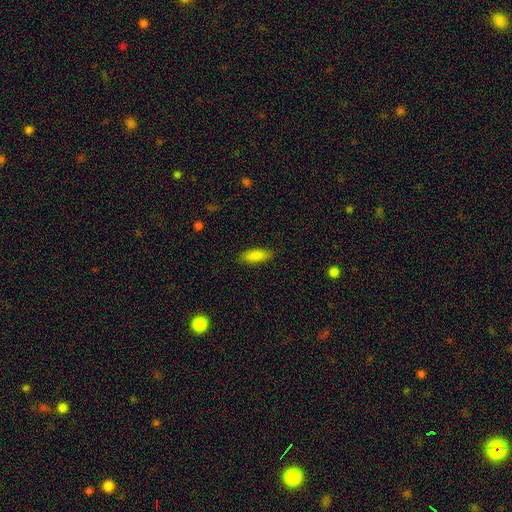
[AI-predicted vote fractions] The model was most divided on "how rounded": in between: 74%, cigar-shaped: 24%, round: 2%. More confident: smooth or featured — smooth (88%); merging — none (86%).